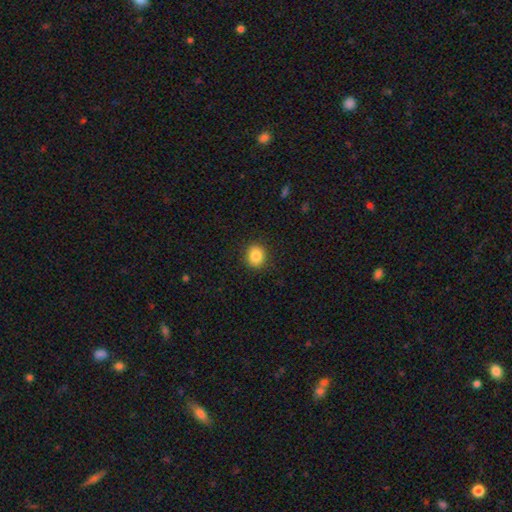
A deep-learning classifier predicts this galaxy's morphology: smooth 86%, star or artifact 9%, featured or disk 5%. Down the decision tree: how rounded — round (71%); merging — none (90%).